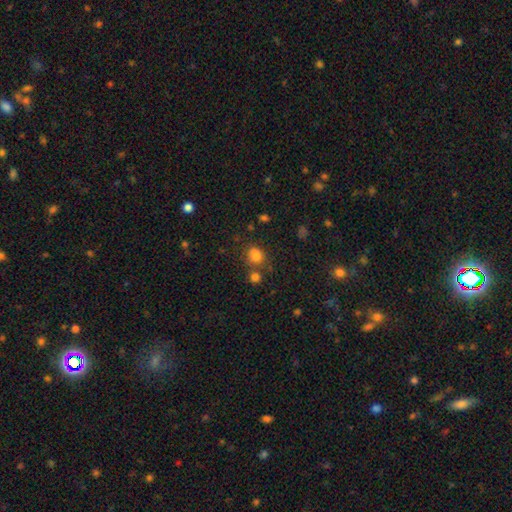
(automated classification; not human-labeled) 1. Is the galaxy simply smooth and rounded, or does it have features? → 78% smooth, 15% star or artifact, 7% featured or disk.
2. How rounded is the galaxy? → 64% round, 35% in between, 1% cigar-shaped.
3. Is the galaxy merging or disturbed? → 59% none, 20% merger, 15% minor disturbance, 6% major disturbance.